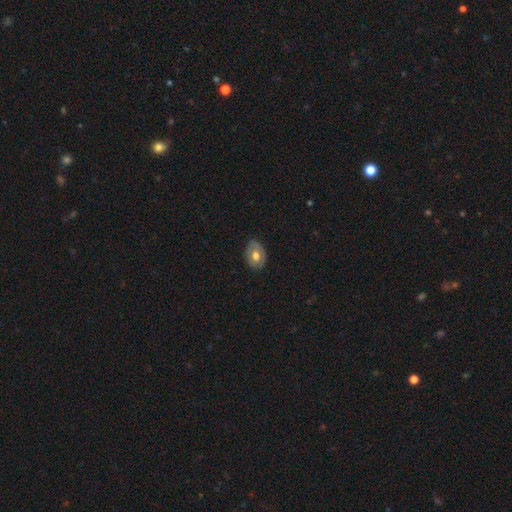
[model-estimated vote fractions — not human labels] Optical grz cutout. It shows a smooth galaxy with no disk features (56%) that is in between round and cigar-shaped (72%). Merging: none (77%).